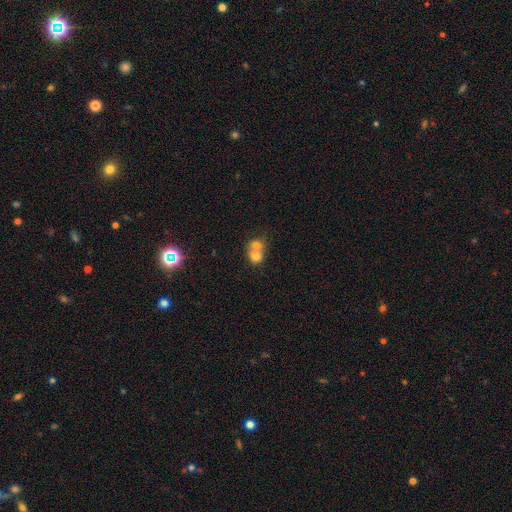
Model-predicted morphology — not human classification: Smooth or featured?
  - smooth: 73% *
  - featured or disk: 17%
  - star or artifact: 9%
How rounded?
  - round: 65% *
  - in between: 34%
  - cigar-shaped: 1%
Merging?
  - merger: 71% *
  - none: 21%
  - minor disturbance: 5%
  - major disturbance: 3%